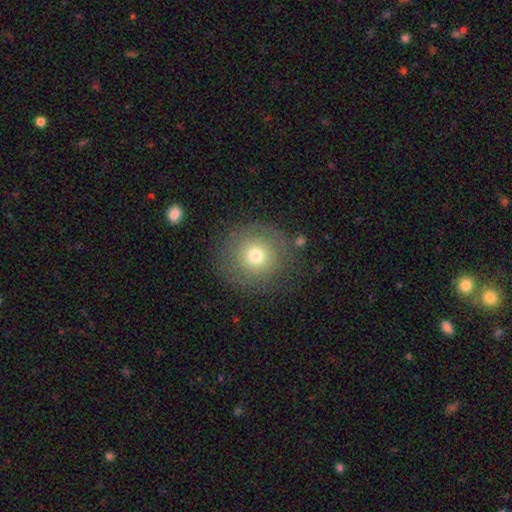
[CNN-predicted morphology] Smooth or featured: smooth — 69% (featured or disk — 19%)
How rounded: round — 94% (in between — 5%)
Merging: none — 81% (minor disturbance — 11%)